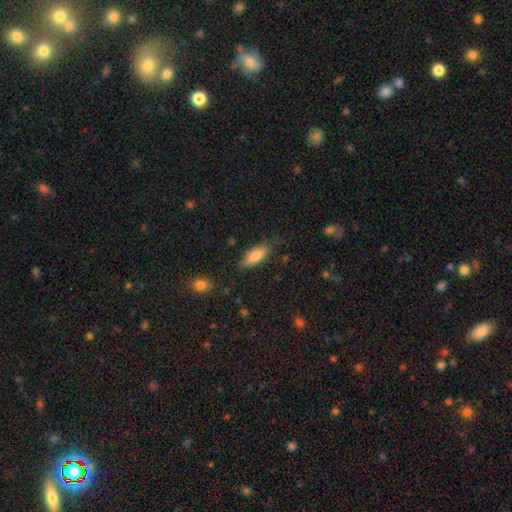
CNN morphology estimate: This is clearly a smooth galaxy (81%). How rounded: likely in between (73%). Merging: likely none (76%).